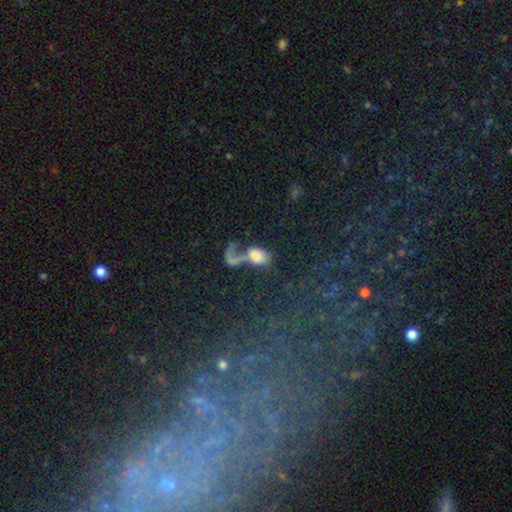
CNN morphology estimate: type=smooth (55%); roundness=in between (81%); merging=merger (41%).